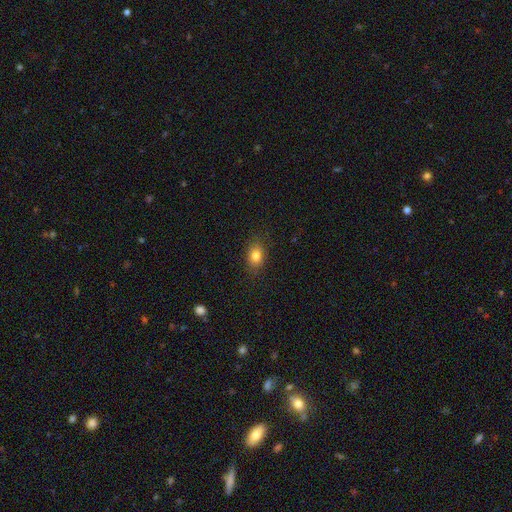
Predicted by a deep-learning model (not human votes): Morphology: type=smooth (82%); roundness=in between (71%); merging=none (84%).